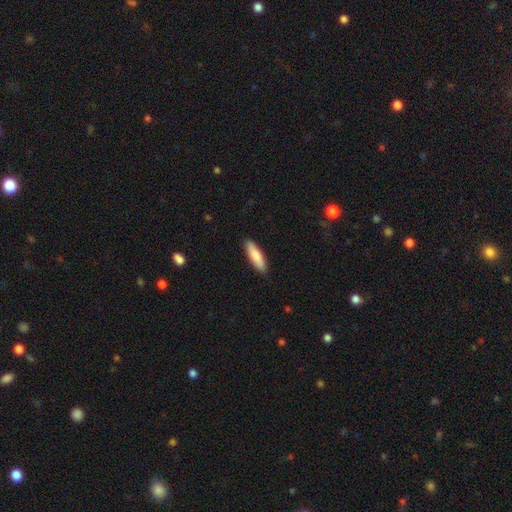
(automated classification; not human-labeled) Morphology: type=smooth (80%); roundness=cigar-shaped (60%); merging=none (89%).